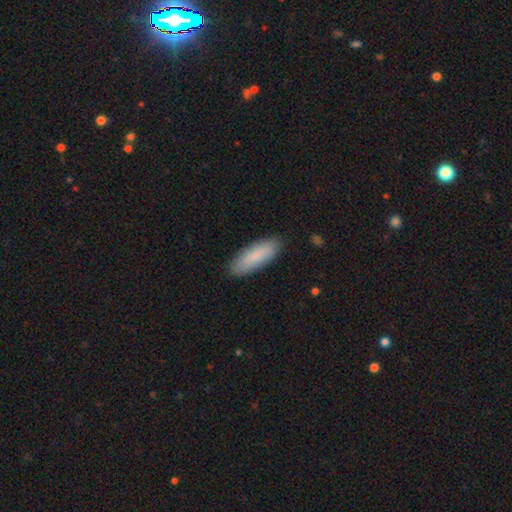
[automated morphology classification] type=smooth (86%); roundness=in between (60%); merging=none (87%).